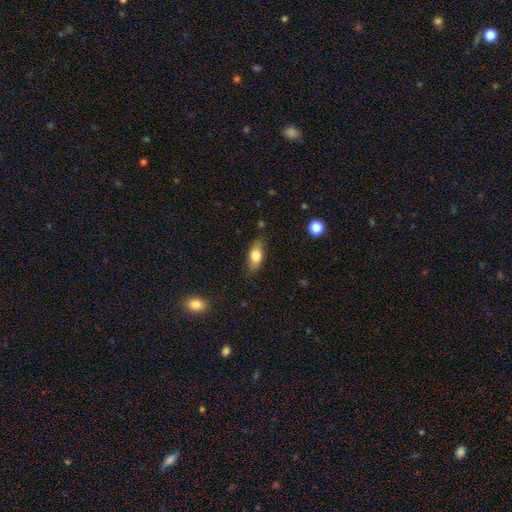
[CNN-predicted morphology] Q: Smooth or featured?
A: smooth (75%); runner-up: featured or disk (18%)
Q: How rounded?
A: in between (81%); runner-up: cigar-shaped (14%)
Q: Merging?
A: none (82%); runner-up: minor disturbance (14%)